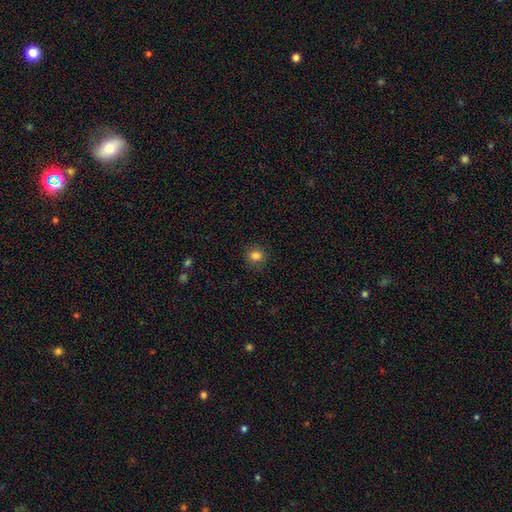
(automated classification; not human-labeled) The model was most divided on "how rounded": round: 78%, in between: 21%, cigar-shaped: 1%. More confident: merging — none (86%); smooth or featured — smooth (83%).